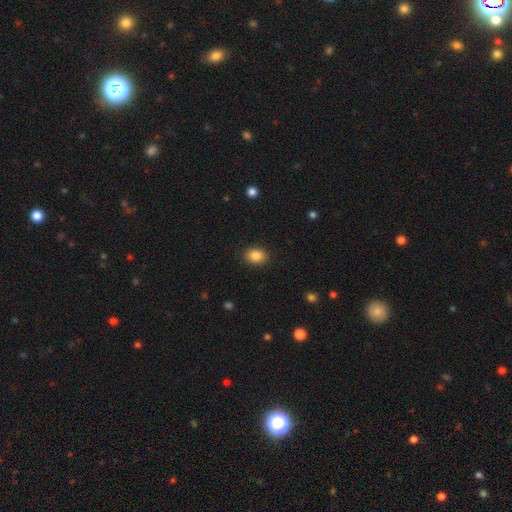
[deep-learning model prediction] smooth_or_featured: smooth (p=0.87) [alt: star or artifact p=0.09]
how_rounded: in between (p=0.66) [alt: round p=0.33]
merging: none (p=0.89) [alt: minor disturbance p=0.08]